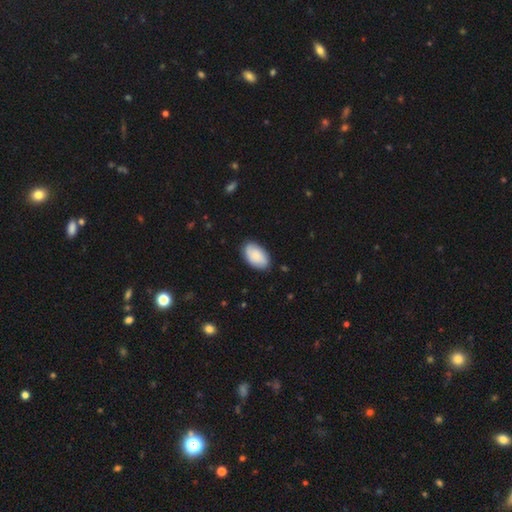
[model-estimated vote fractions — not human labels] smooth-or-featured: smooth: 78% | featured or disk: 16% | star or artifact: 6%
  how-rounded: in between: 94% | round: 5% | cigar-shaped: 1%
  merging: none: 83% | minor disturbance: 13% | major disturbance: 2% | merger: 1%